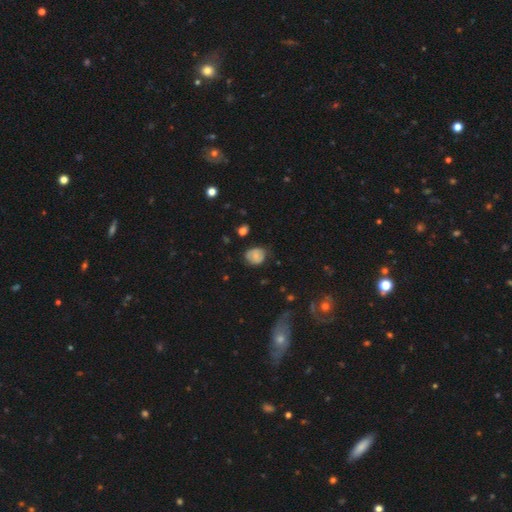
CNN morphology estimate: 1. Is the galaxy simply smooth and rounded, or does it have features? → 69% smooth, 21% featured or disk, 10% star or artifact.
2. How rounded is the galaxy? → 60% round, 39% in between, 1% cigar-shaped.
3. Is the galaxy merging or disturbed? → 58% none, 31% minor disturbance, 8% major disturbance, 2% merger.